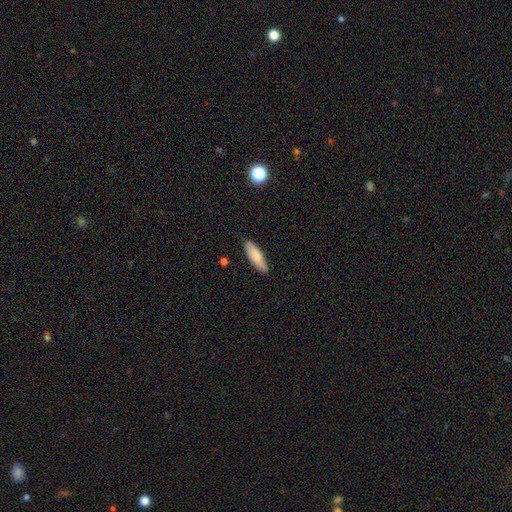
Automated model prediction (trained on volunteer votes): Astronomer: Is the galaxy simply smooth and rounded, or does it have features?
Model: smooth — 81%.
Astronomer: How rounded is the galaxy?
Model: cigar-shaped — 53% (runner-up: in between, 46%).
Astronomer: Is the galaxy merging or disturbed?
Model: none — 85%.